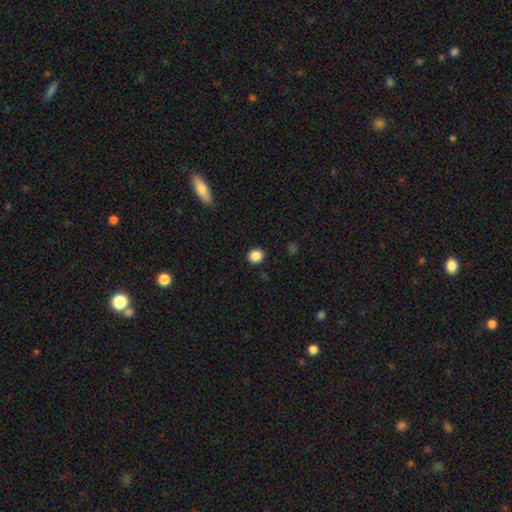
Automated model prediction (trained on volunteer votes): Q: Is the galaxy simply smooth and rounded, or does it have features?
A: smooth — 87%.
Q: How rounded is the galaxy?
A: round — 89%.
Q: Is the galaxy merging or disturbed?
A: none — 91%.